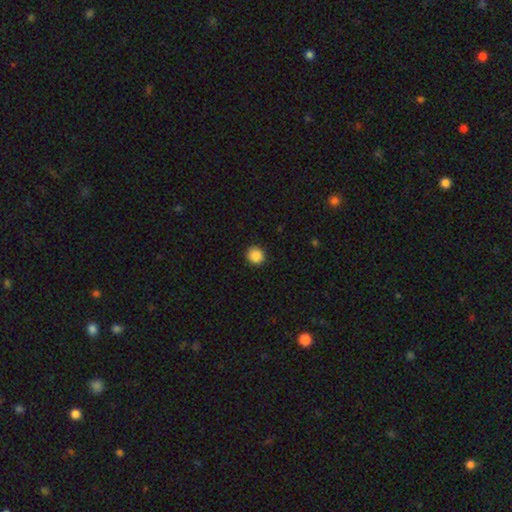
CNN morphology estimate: smooth-or-featured: smooth: 88% | star or artifact: 9% | featured or disk: 3%
  how-rounded: round: 89% | in between: 10% | cigar-shaped: 1%
  merging: none: 92% | minor disturbance: 6% | major disturbance: 2% | merger: 1%